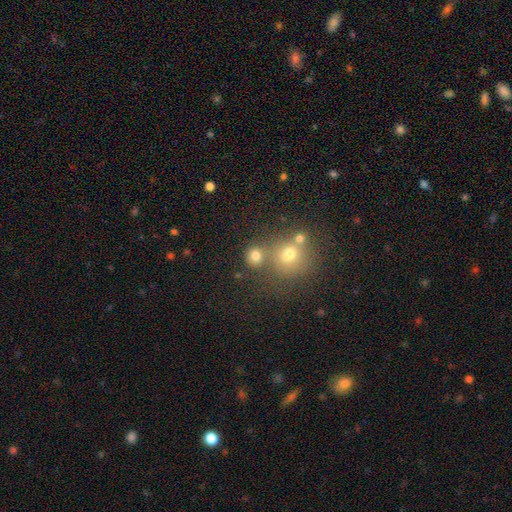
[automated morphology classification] Smooth or featured? smooth (74%)
How rounded? round (85%)
Merging? none (64%)